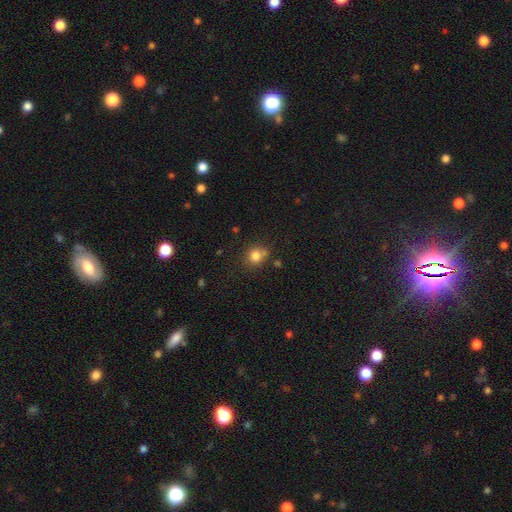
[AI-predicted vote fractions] Overall: smooth (80%). How rounded: round (79%). Merging: none (65%).